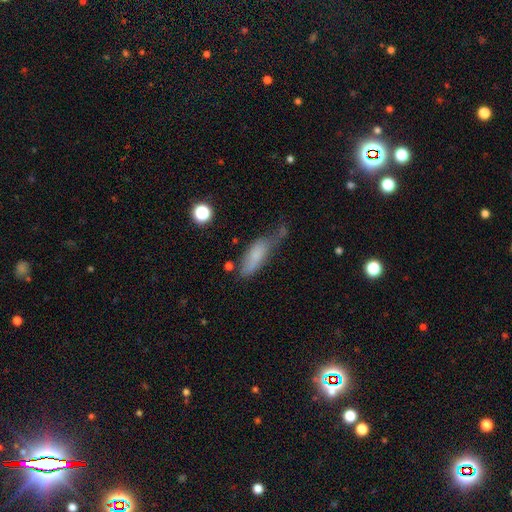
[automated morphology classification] smooth-or-featured: smooth: 71% | featured or disk: 19% | star or artifact: 9%
  how-rounded: in between: 57% | cigar-shaped: 40% | round: 3%
  merging: minor disturbance: 35% | none: 33% | major disturbance: 23% | merger: 9%